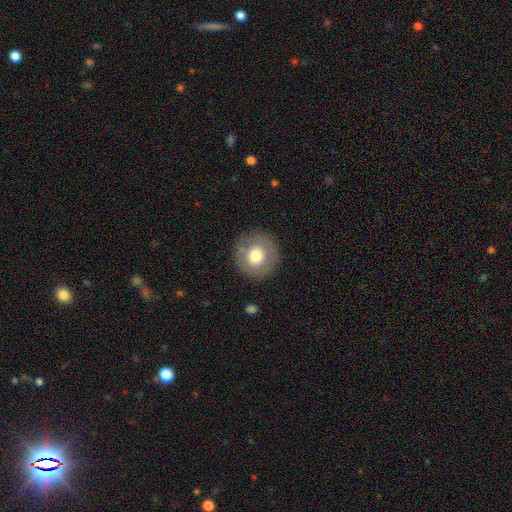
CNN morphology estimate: This appears to be a smooth galaxy with no disk features (69%) that is round (94%). Merging: none (87%).